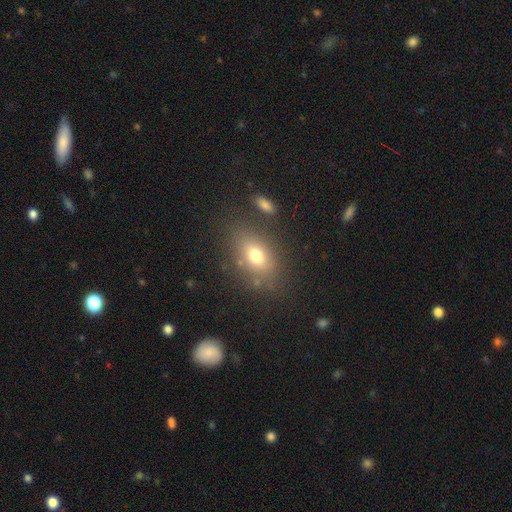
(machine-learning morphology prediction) This is likely a smooth galaxy (74%). How rounded: clearly in between (81%). Merging: likely none (77%).